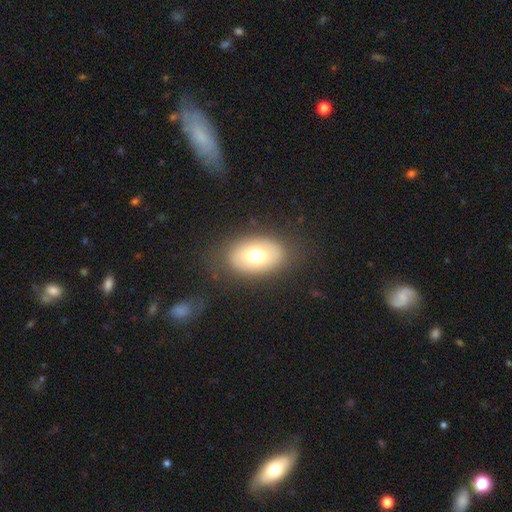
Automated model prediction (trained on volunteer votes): A smooth galaxy with no disk features (67%) that is in between round and cigar-shaped (83%).

Vote fractions:
- Smooth or featured? smooth: 67% / featured or disk: 23% / star or artifact: 10%
- How rounded? in between: 83% / round: 15% / cigar-shaped: 1%
- Merging? none: 82% / minor disturbance: 11% / major disturbance: 6% / merger: 1%